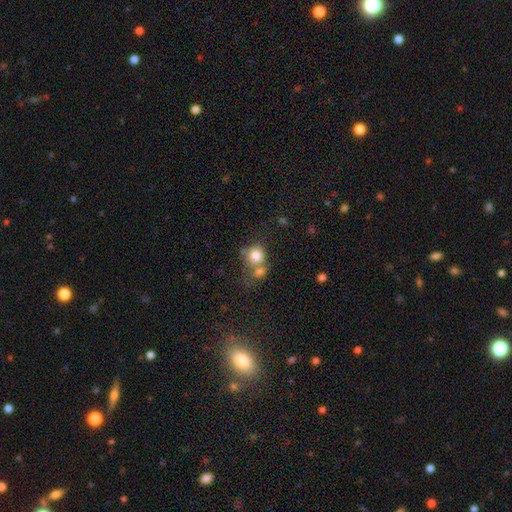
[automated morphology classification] smooth-or-featured: smooth: 79% | featured or disk: 11% | star or artifact: 10%
  how-rounded: round: 79% | in between: 20% | cigar-shaped: 1%
  merging: merger: 45% | none: 38% | minor disturbance: 11% | major disturbance: 6%